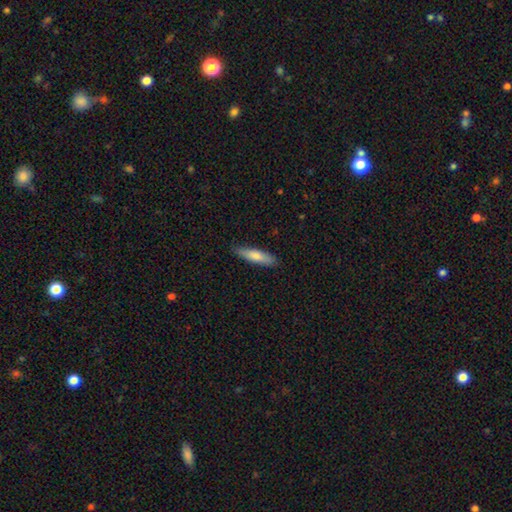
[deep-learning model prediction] smooth 76%, featured or disk 19%, star or artifact 5%. Down the decision tree: how rounded — cigar-shaped (69%); merging — none (85%).